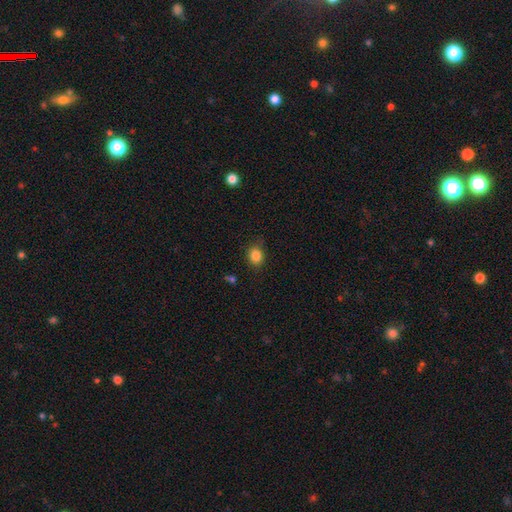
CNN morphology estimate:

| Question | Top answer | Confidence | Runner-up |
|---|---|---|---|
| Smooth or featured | smooth | 85% | star or artifact (11%) |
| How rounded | round | 55% | in between (44%) |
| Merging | none | 82% | minor disturbance (13%) |